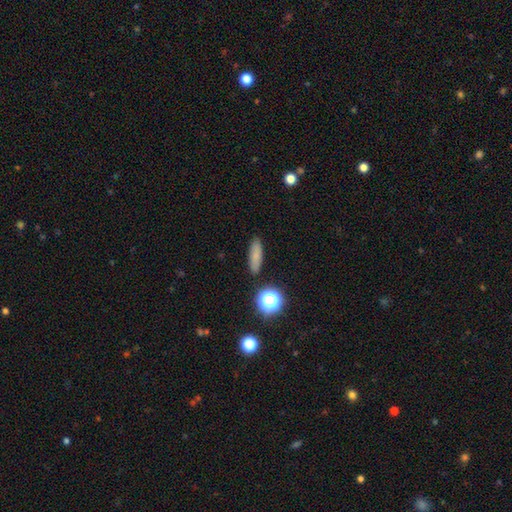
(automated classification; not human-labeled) smooth 78%, star or artifact 13%, featured or disk 9%. Down the decision tree: how rounded — cigar-shaped (49%); merging — none (87%).